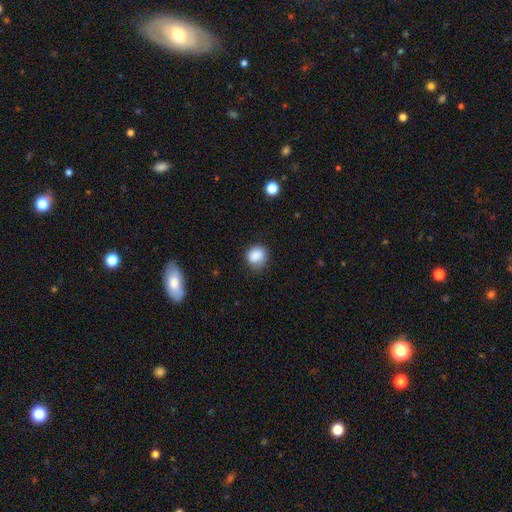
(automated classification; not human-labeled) smooth-or-featured: smooth: 87% | star or artifact: 9% | featured or disk: 4%
  how-rounded: round: 72% | in between: 27% | cigar-shaped: 1%
  merging: none: 71% | minor disturbance: 22% | major disturbance: 5% | merger: 2%